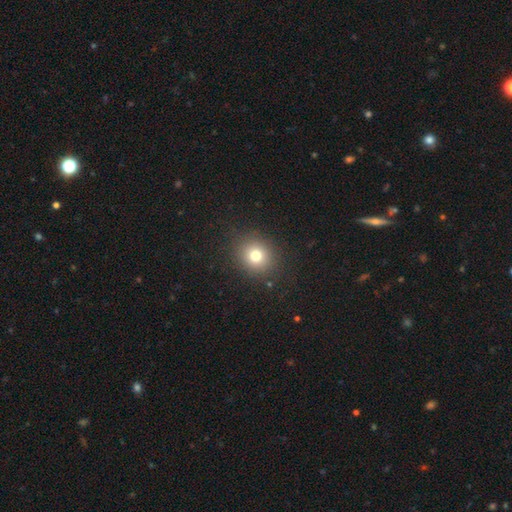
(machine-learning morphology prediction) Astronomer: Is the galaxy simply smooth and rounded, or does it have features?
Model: smooth — 76%.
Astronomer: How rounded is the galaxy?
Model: round — 84%.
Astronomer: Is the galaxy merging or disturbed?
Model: none — 88%.